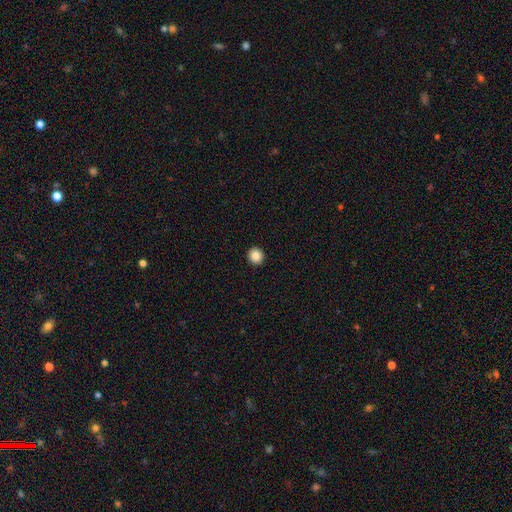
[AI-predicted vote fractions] This is clearly a smooth galaxy (86%). How rounded: clearly round (91%). Merging: clearly none (94%).